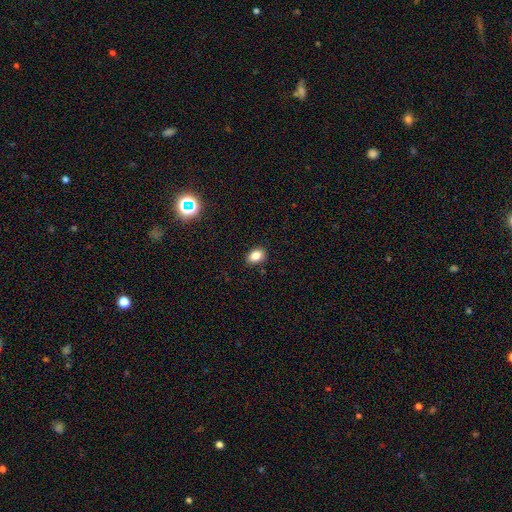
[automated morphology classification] Q: Smooth or featured?
A: smooth (84%); runner-up: star or artifact (11%)
Q: How rounded?
A: in between (75%); runner-up: round (24%)
Q: Merging?
A: none (87%); runner-up: minor disturbance (9%)